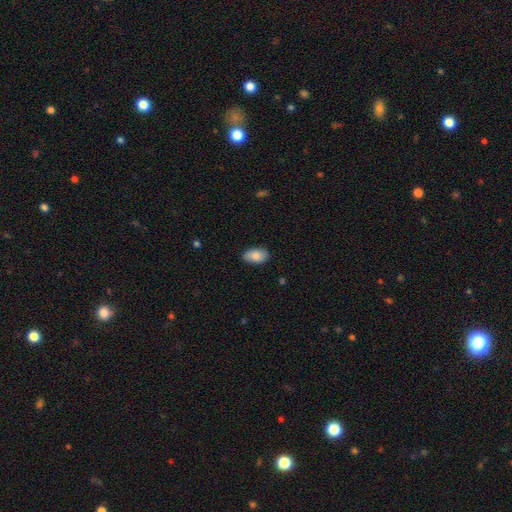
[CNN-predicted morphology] smooth_or_featured: smooth (p=0.81) [alt: featured or disk p=0.13]
how_rounded: in between (p=0.92) [alt: round p=0.06]
merging: none (p=0.83) [alt: minor disturbance p=0.13]